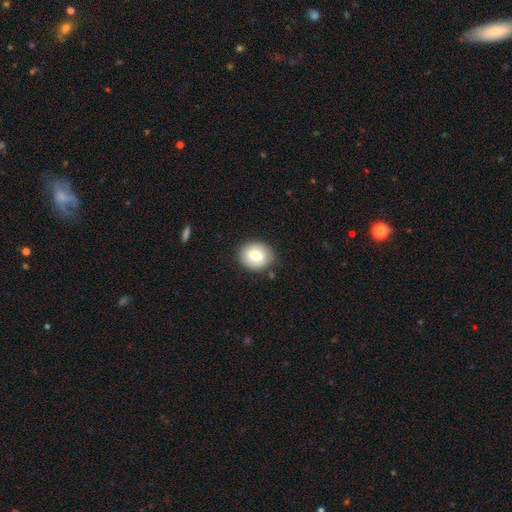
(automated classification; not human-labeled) Smooth or featured? smooth (72%)
How rounded? round (65%)
Merging? none (84%)